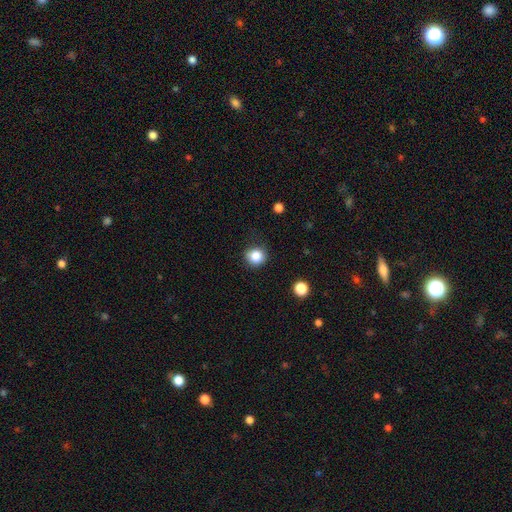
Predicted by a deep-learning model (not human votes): Smooth or featured: smooth — 84% (star or artifact — 11%)
How rounded: round — 87% (in between — 12%)
Merging: none — 81% (minor disturbance — 14%)